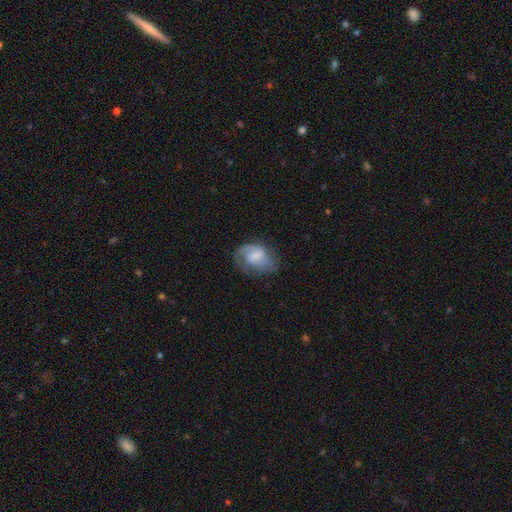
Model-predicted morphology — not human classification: Smooth or featured? Predicted: featured or disk (p=0.62). Edge-on disk? Predicted: no (p=0.97). Bar? Predicted: weak (p=0.52). Spiral arms? Predicted: yes (p=0.86). Spiral winding? Predicted: medium (p=0.45). Spiral arm count? Predicted: 2 (p=0.50). Bulge size? Predicted: small (p=0.51). Merging? Predicted: none (p=0.54).